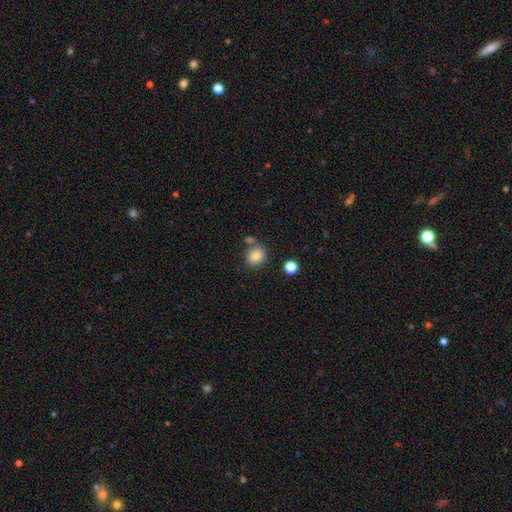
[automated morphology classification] Smooth or featured? Predicted: smooth (p=0.82). How rounded? Predicted: round (p=0.74). Merging? Predicted: none (p=0.72).